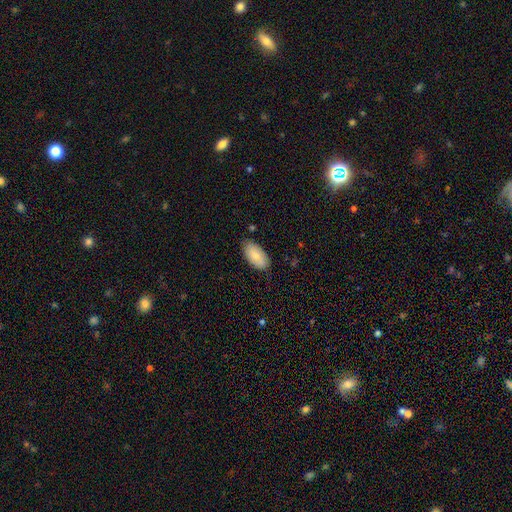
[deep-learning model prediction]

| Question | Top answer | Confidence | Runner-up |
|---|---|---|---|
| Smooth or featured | smooth | 76% | featured or disk (18%) |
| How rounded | in between | 95% | round (3%) |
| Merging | none | 80% | minor disturbance (16%) |